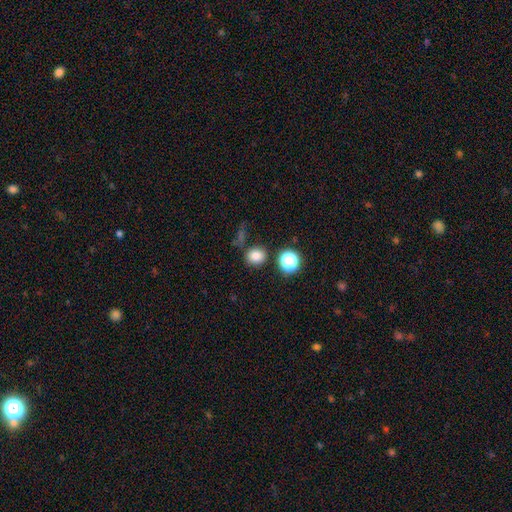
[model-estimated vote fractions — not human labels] This appears to be a smooth galaxy with no disk features (79%) that is round (73%). Merging: none (79%).